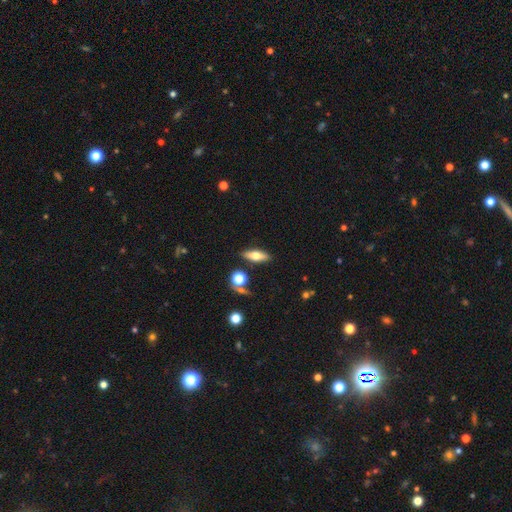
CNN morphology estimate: type=smooth (55%); roundness=in between (57%); merging=none (83%).